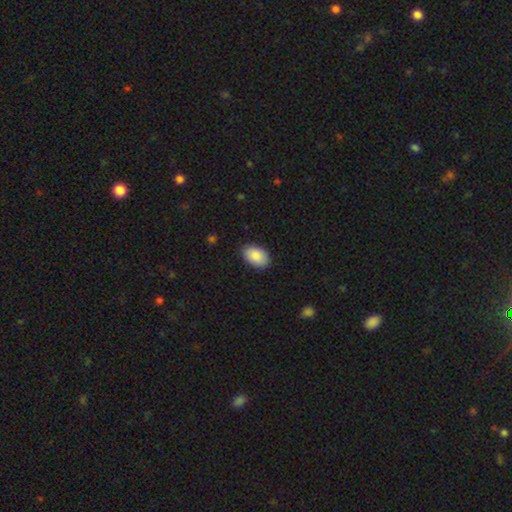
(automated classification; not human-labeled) smooth-or-featured: smooth: 88% | star or artifact: 6% | featured or disk: 5%
  how-rounded: in between: 92% | round: 6% | cigar-shaped: 1%
  merging: none: 88% | minor disturbance: 9% | major disturbance: 2% | merger: 1%